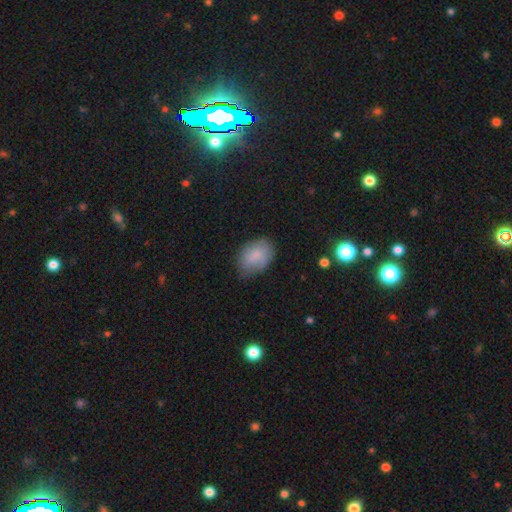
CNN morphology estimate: This is likely a smooth galaxy (76%). How rounded: clearly in between (84%). Merging: likely none (64%).